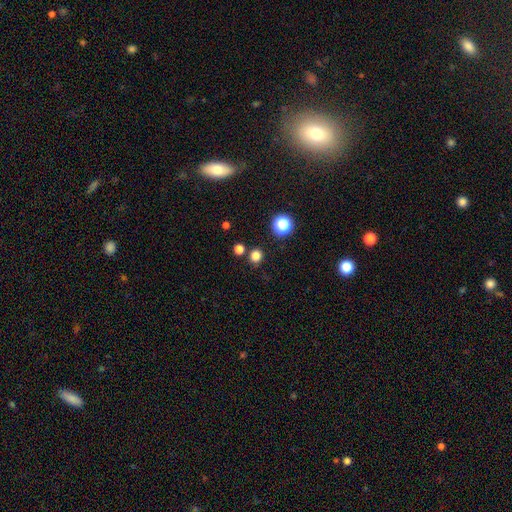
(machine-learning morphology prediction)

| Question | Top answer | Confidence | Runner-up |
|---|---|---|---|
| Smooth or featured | smooth | 79% | star or artifact (17%) |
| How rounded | round | 87% | in between (12%) |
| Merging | none | 84% | minor disturbance (7%) |